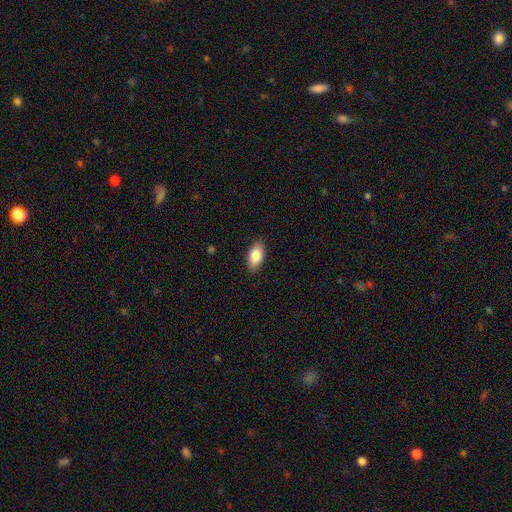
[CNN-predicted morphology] Smooth or featured?
  - smooth: 86% *
  - featured or disk: 7%
  - star or artifact: 6%
How rounded?
  - in between: 93% *
  - cigar-shaped: 4%
  - round: 3%
Merging?
  - none: 88% *
  - minor disturbance: 9%
  - major disturbance: 2%
  - merger: 1%